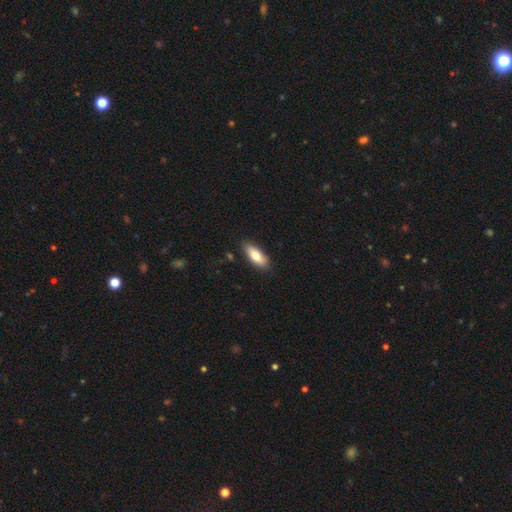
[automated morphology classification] Smooth or featured? Predicted: smooth (p=0.80). How rounded? Predicted: in between (p=0.80). Merging? Predicted: none (p=0.85).